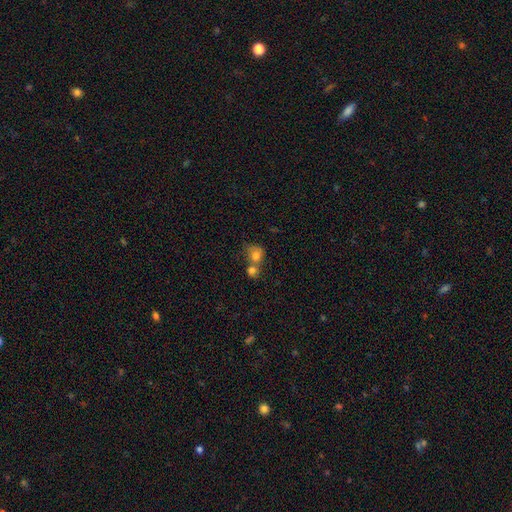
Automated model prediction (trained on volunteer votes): A smooth galaxy with no disk features (77%) that is round (68%).

Vote fractions:
- Smooth or featured? smooth: 77% / featured or disk: 12% / star or artifact: 10%
- How rounded? round: 68% / in between: 31% / cigar-shaped: 1%
- Merging? merger: 61% / none: 25% / minor disturbance: 8% / major disturbance: 5%